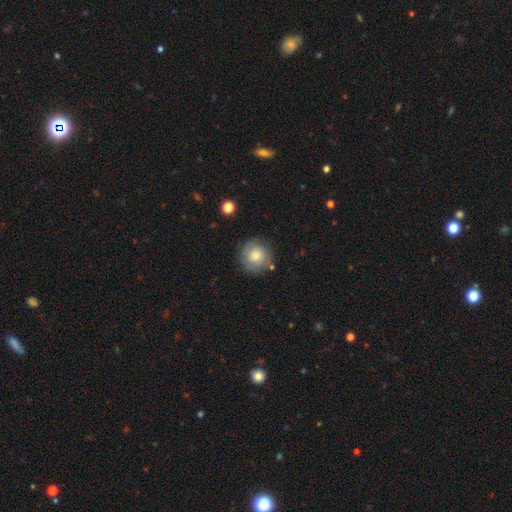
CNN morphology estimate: smooth_or_featured: smooth (p=0.72) [alt: featured or disk p=0.20]
how_rounded: round (p=0.93) [alt: in between p=0.06]
merging: none (p=0.79) [alt: minor disturbance p=0.14]